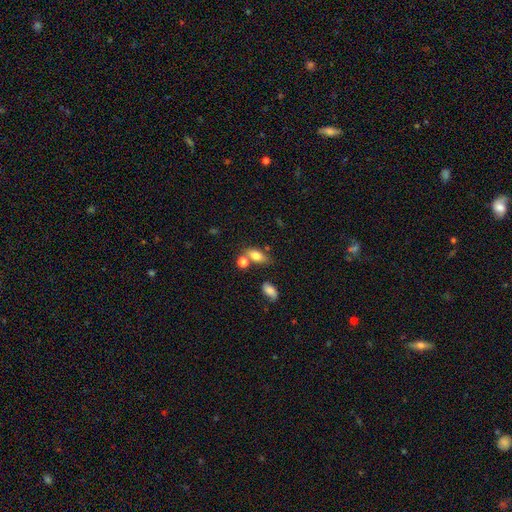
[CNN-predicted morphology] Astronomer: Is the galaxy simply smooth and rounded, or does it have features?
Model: smooth — 77%.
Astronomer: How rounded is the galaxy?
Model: in between — 79%.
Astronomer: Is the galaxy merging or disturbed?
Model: none — 57%.